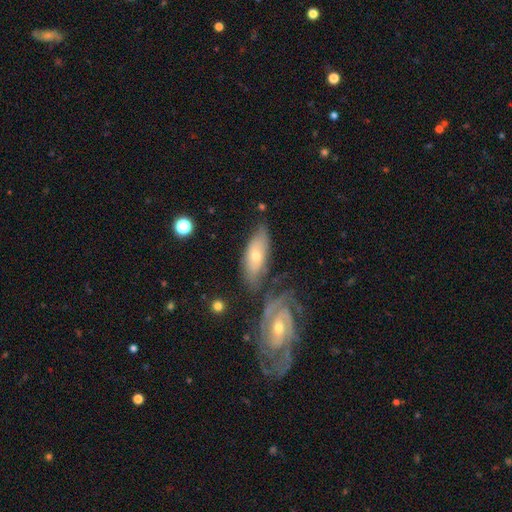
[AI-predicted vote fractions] A featured or disk galaxy (56%).

Vote fractions:
- Smooth or featured? featured or disk: 56% / smooth: 36% / star or artifact: 8%
- Edge-on disk? no: 83% / yes: 17%
- Merging? none: 52% / minor disturbance: 23% / merger: 16% / major disturbance: 9%